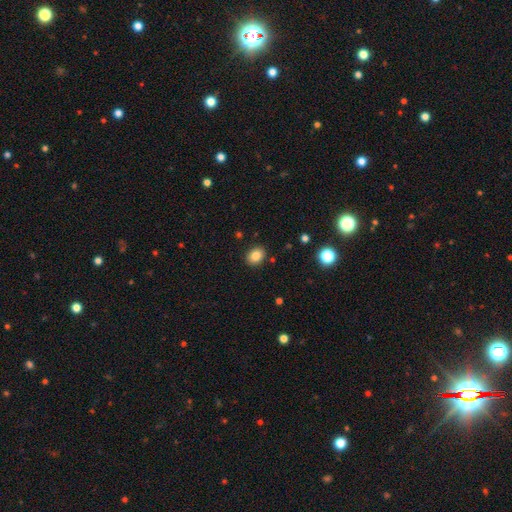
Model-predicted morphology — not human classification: This is clearly a smooth galaxy (84%). How rounded: possibly in between (51%). Merging: clearly none (88%).